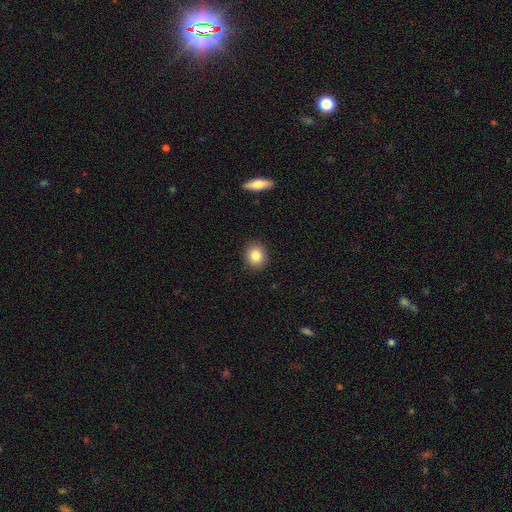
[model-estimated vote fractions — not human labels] smooth_or_featured: smooth (p=0.84) [alt: star or artifact p=0.09]
how_rounded: round (p=0.81) [alt: in between p=0.18]
merging: none (p=0.91) [alt: minor disturbance p=0.06]